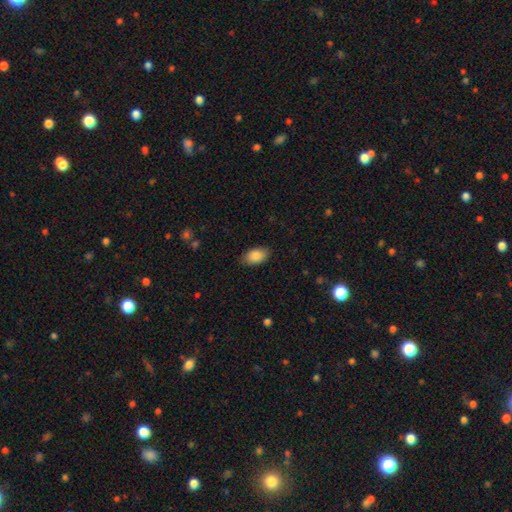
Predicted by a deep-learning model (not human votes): A smooth galaxy with no disk features (88%) that is in between round and cigar-shaped (93%).

Vote fractions:
- Smooth or featured? smooth: 88% / star or artifact: 7% / featured or disk: 5%
- How rounded? in between: 93% / round: 6% / cigar-shaped: 2%
- Merging? none: 85% / minor disturbance: 11% / major disturbance: 3% / merger: 1%